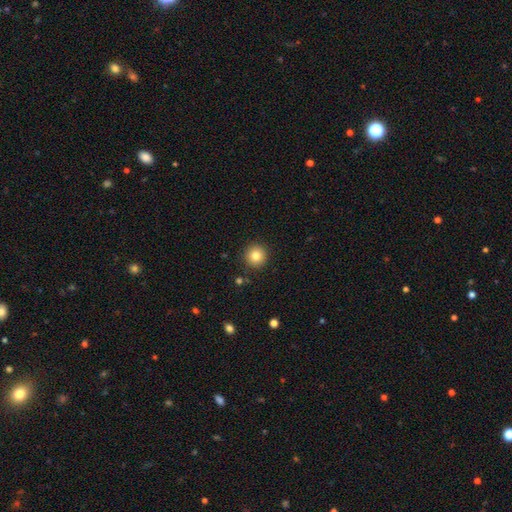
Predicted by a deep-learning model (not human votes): smooth-or-featured: smooth: 83% | star or artifact: 10% | featured or disk: 6%
  how-rounded: round: 95% | in between: 4% | cigar-shaped: 1%
  merging: none: 91% | minor disturbance: 5% | major disturbance: 2% | merger: 1%